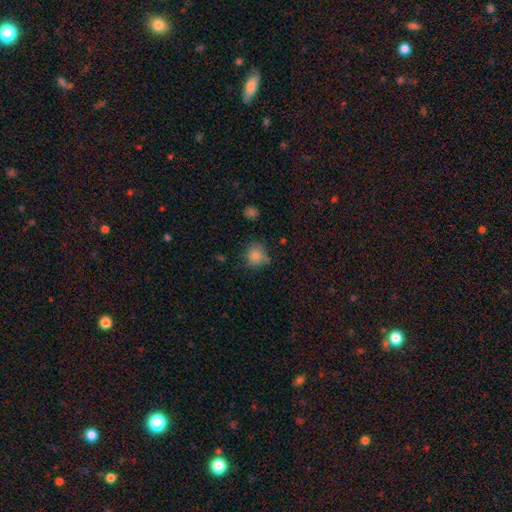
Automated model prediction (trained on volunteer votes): Smooth or featured? Predicted: smooth (p=0.81). How rounded? Predicted: round (p=0.80). Merging? Predicted: none (p=0.63).